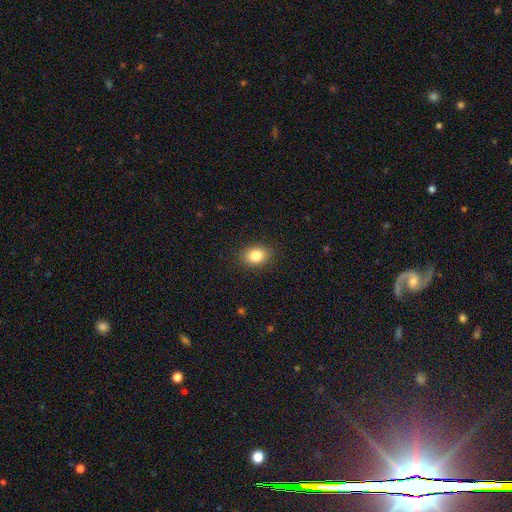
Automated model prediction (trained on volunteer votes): A smooth galaxy with no disk features (84%) that is in between round and cigar-shaped (59%).

Vote fractions:
- Smooth or featured? smooth: 84% / star or artifact: 10% / featured or disk: 6%
- How rounded? in between: 59% / round: 40% / cigar-shaped: 1%
- Merging? none: 88% / minor disturbance: 9% / major disturbance: 2% / merger: 1%